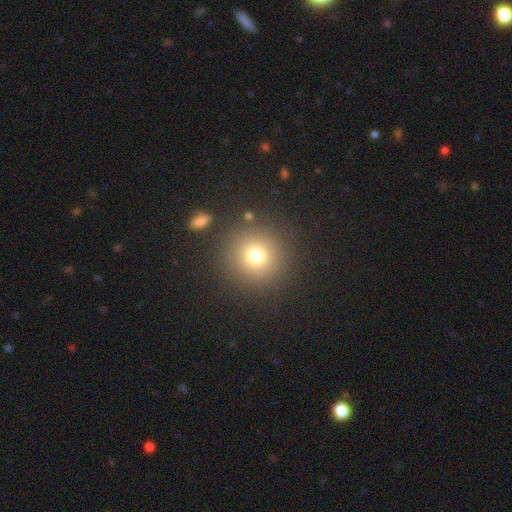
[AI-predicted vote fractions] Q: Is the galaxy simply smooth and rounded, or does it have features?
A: smooth — 74%.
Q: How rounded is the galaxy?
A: round — 94%.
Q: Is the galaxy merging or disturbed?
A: none — 87%.